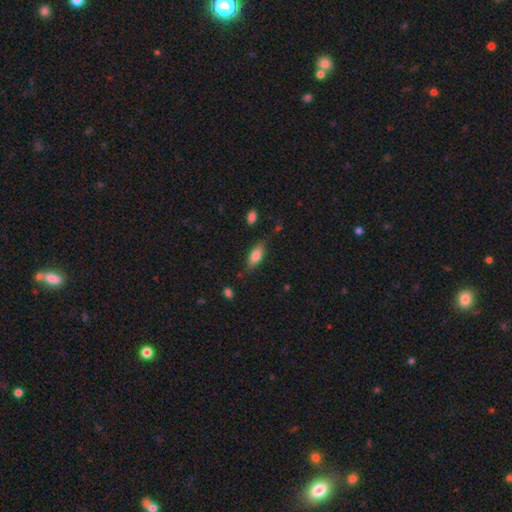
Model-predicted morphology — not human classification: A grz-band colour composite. It shows a smooth galaxy with no disk features (78%) that is in between round and cigar-shaped (78%). Merging: none (76%).